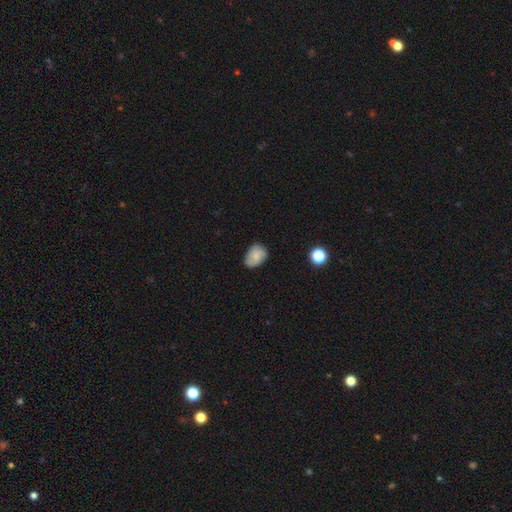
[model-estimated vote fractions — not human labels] Morphology: type=smooth (68%); roundness=in between (71%); merging=none (67%).